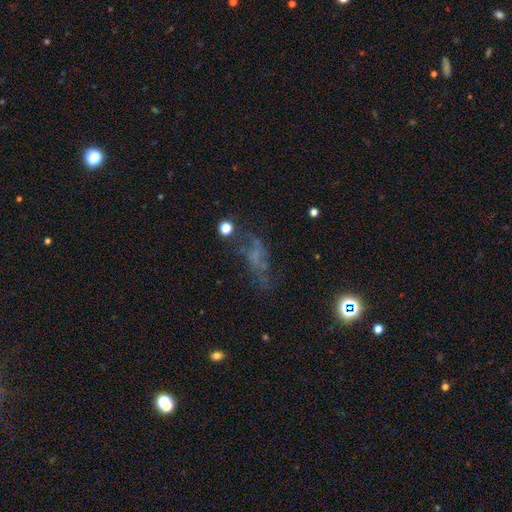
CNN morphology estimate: The model was most divided on "smooth or featured": featured or disk: 42%, smooth: 29%, star or artifact: 28%. Remaining: merging — none (48%).